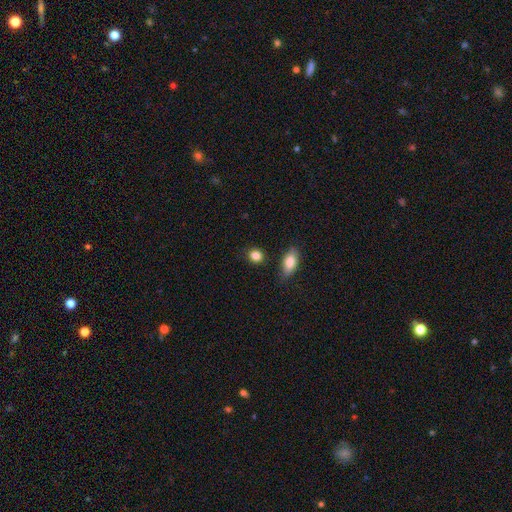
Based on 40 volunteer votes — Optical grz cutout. It shows a smooth galaxy with no disk features (85%) that is round (68%). Merging: none (86%).